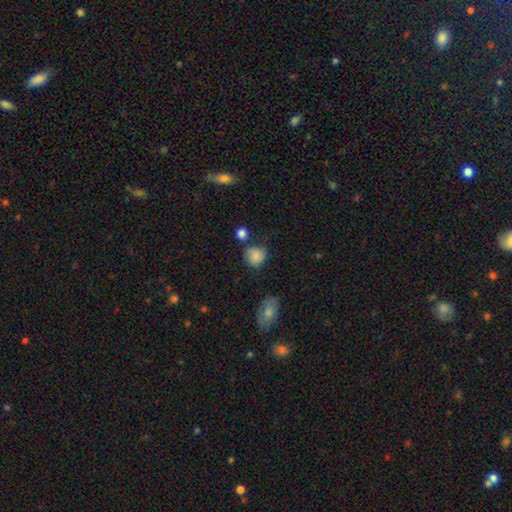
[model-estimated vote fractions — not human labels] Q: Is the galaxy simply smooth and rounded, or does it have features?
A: smooth — 82%.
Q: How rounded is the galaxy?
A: round — 77%.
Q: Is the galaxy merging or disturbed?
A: none — 60%.